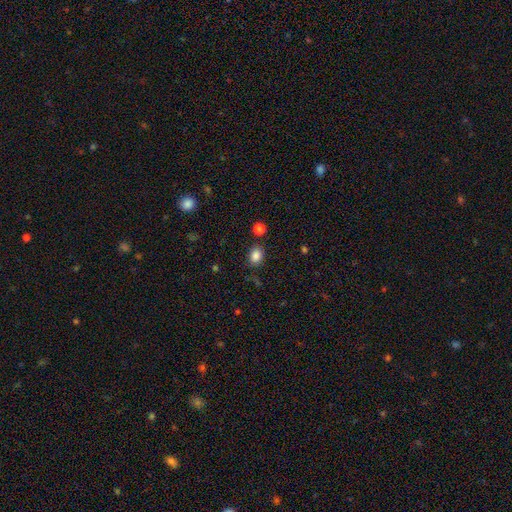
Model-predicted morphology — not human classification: The model was most divided on "how rounded": in between: 55%, round: 44%, cigar-shaped: 1%. More confident: smooth or featured — smooth (85%); merging — none (79%).